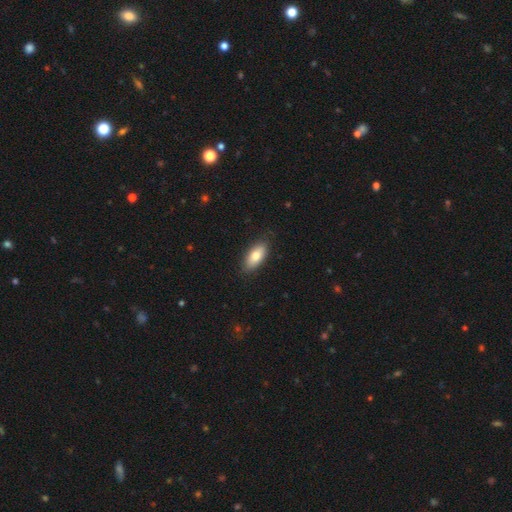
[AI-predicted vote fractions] Smooth or featured? Predicted: smooth (p=0.77). How rounded? Predicted: in between (p=0.84). Merging? Predicted: none (p=0.86).